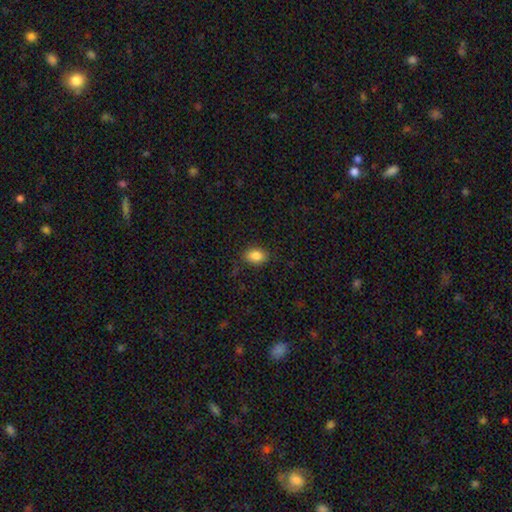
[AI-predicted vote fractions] A smooth galaxy with no disk features (86%) that is in between round and cigar-shaped (80%).

Vote fractions:
- Smooth or featured? smooth: 86% / star or artifact: 9% / featured or disk: 5%
- How rounded? in between: 80% / round: 19% / cigar-shaped: 1%
- Merging? none: 84% / minor disturbance: 12% / major disturbance: 3% / merger: 1%